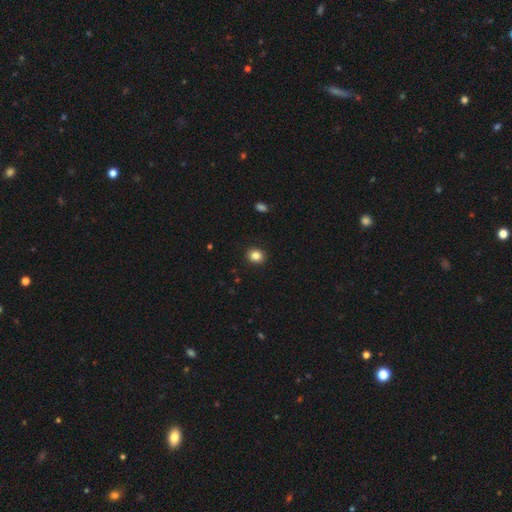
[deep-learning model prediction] Smooth or featured?
  - smooth: 84% *
  - star or artifact: 11%
  - featured or disk: 5%
How rounded?
  - round: 70% *
  - in between: 29%
  - cigar-shaped: 1%
Merging?
  - none: 91% *
  - minor disturbance: 6%
  - major disturbance: 2%
  - merger: 1%